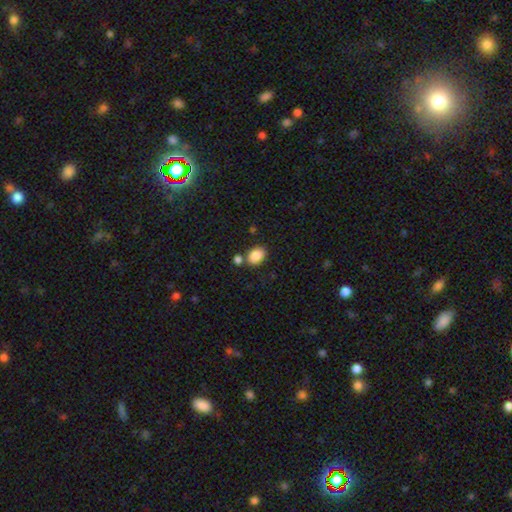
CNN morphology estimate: This appears to be a smooth galaxy with no disk features (87%) that is in between round and cigar-shaped (72%). Merging: none (72%).